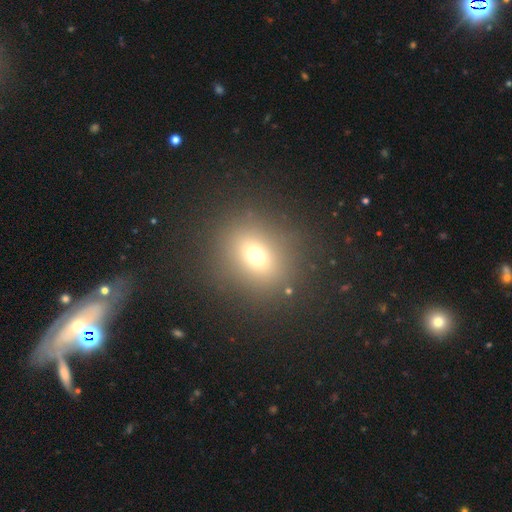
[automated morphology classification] The model was most divided on "how rounded": round: 66%, in between: 33%, cigar-shaped: 2%. More confident: merging — none (87%); smooth or featured — smooth (68%).